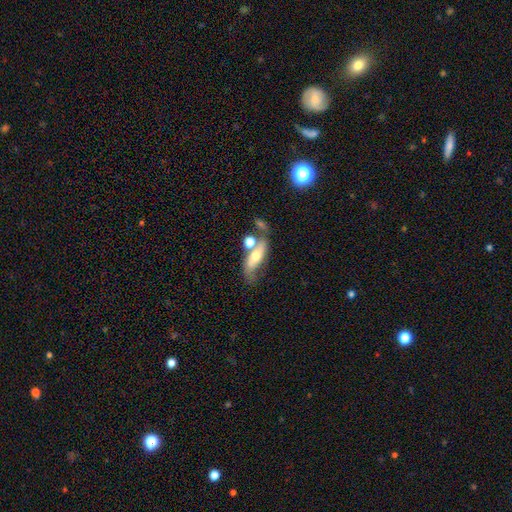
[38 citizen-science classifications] Smooth or featured: featured or disk — 58% (smooth — 39%)
Edge-on disk: no — 77% (yes — 23%)
Bar: no — 59% (strong — 29%)
Spiral arms: yes — 76% (no — 24%)
Spiral winding: loose — 100%
Spiral arm count: 2 — 85% (1 — 15%)
Bulge size: moderate — 82% (small — 12%)
Merging: merger — 38% (none — 30%)